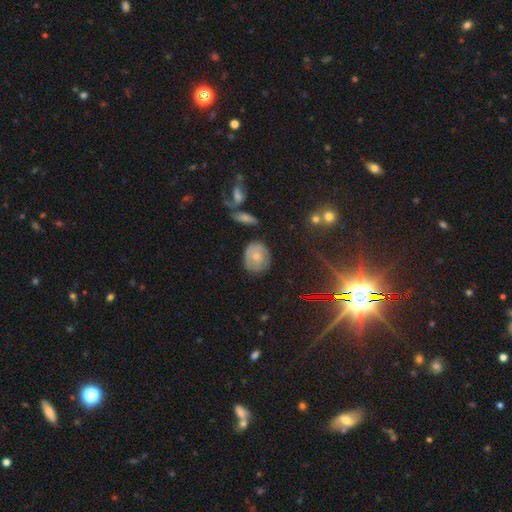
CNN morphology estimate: Smooth or featured? featured or disk (49%)
Merging? none (73%)